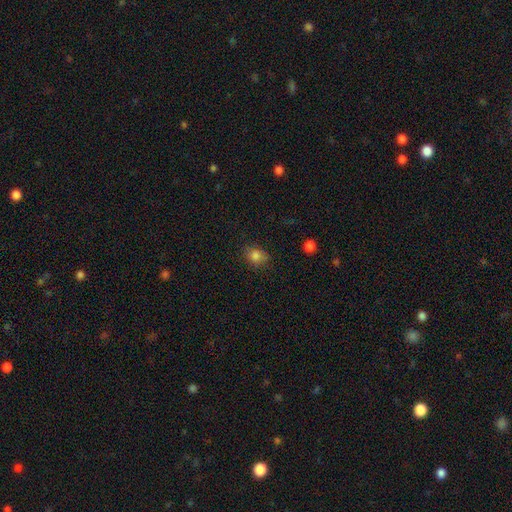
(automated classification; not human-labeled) A smooth galaxy with no disk features (82%) that is round (51%). Merging: none (76%).